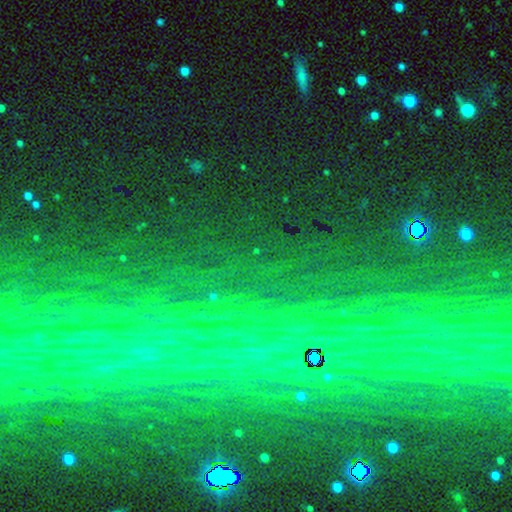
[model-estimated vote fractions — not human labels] Smooth or featured: star or artifact — 82% (featured or disk — 9%)